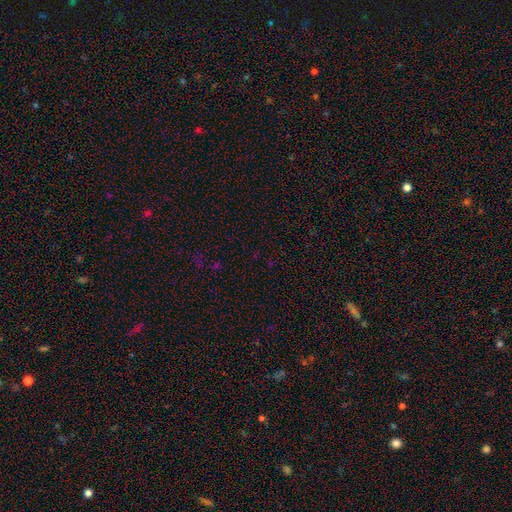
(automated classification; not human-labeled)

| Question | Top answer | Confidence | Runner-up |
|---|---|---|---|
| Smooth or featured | star or artifact | 67% | smooth (26%) |